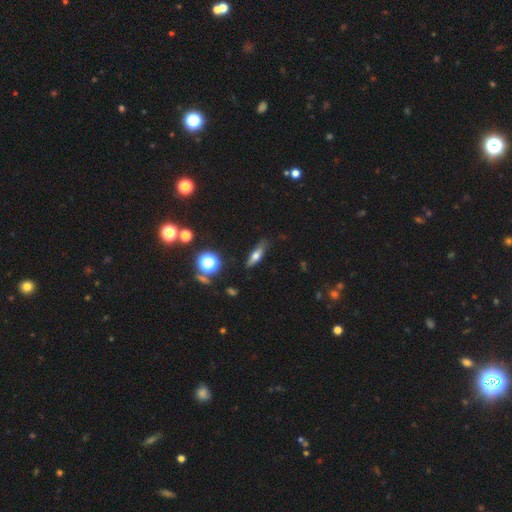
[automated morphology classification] Smooth or featured: smooth — 55% (featured or disk — 34%)
How rounded: cigar-shaped — 53% (in between — 40%)
Merging: none — 78% (minor disturbance — 16%)